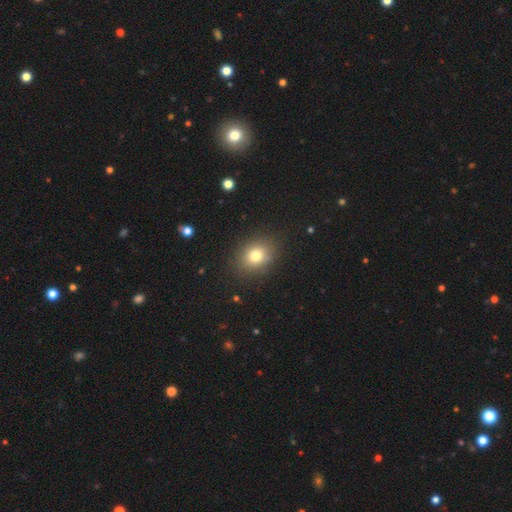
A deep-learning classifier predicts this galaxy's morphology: Smooth or featured?
  - smooth: 77% *
  - star or artifact: 13%
  - featured or disk: 10%
How rounded?
  - round: 51% *
  - in between: 48%
  - cigar-shaped: 1%
Merging?
  - none: 87% *
  - minor disturbance: 9%
  - major disturbance: 3%
  - merger: 1%